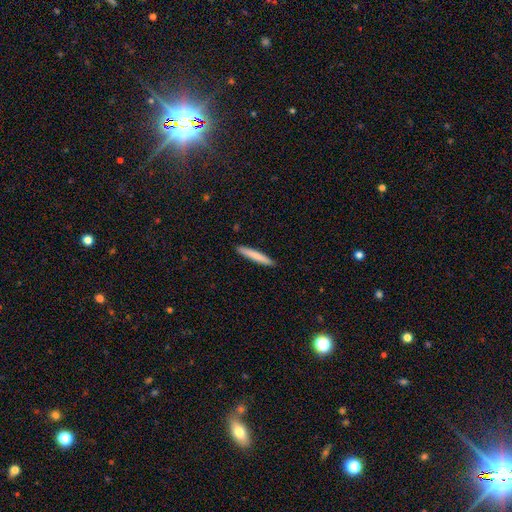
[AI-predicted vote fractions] This appears to be a smooth galaxy with no disk features (79%) that is cigar-shaped (95%). Merging: none (92%).